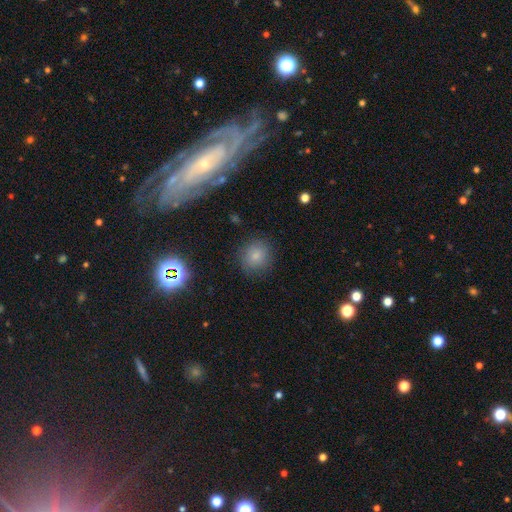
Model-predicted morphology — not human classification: Smooth or featured? Predicted: smooth (p=0.82). How rounded? Predicted: round (p=0.86). Merging? Predicted: none (p=0.85).